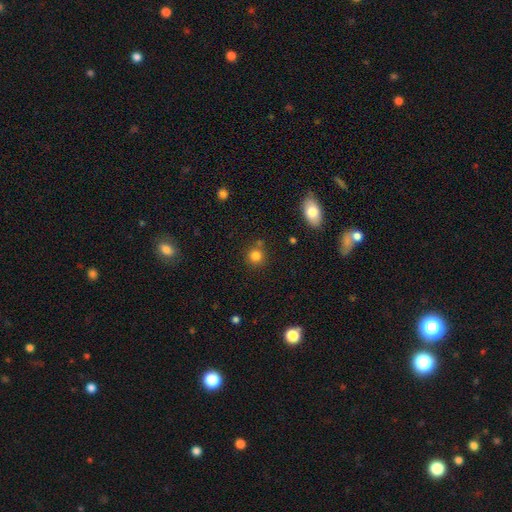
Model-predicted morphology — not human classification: Q: Smooth or featured?
A: smooth (82%); runner-up: star or artifact (13%)
Q: How rounded?
A: round (90%); runner-up: in between (9%)
Q: Merging?
A: none (75%); runner-up: minor disturbance (11%)